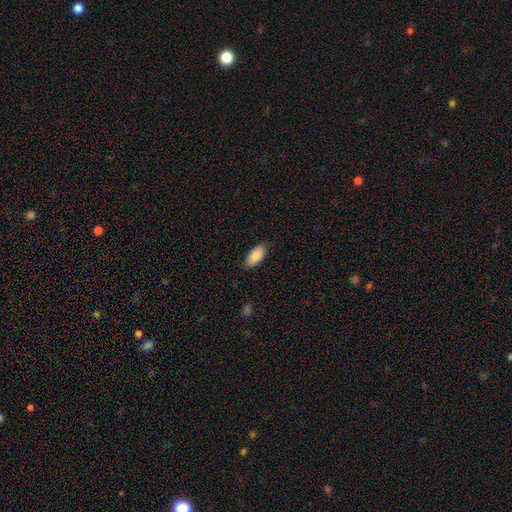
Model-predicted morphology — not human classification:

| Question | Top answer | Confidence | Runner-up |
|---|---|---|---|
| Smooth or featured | smooth | 86% | featured or disk (7%) |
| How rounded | in between | 91% | cigar-shaped (7%) |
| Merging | none | 85% | minor disturbance (12%) |